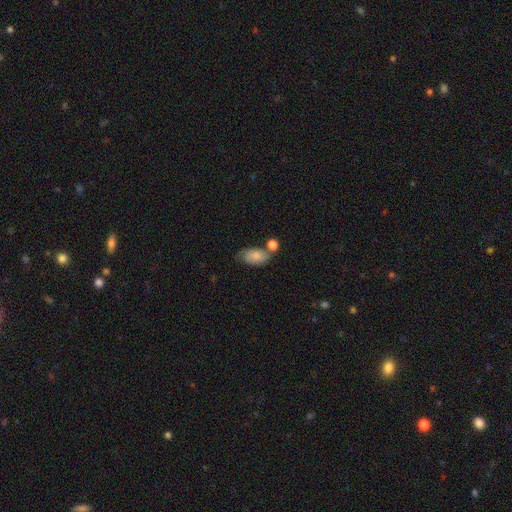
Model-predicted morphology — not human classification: A smooth galaxy with no disk features (81%) that is in between round and cigar-shaped (91%). Merging: none (49%).